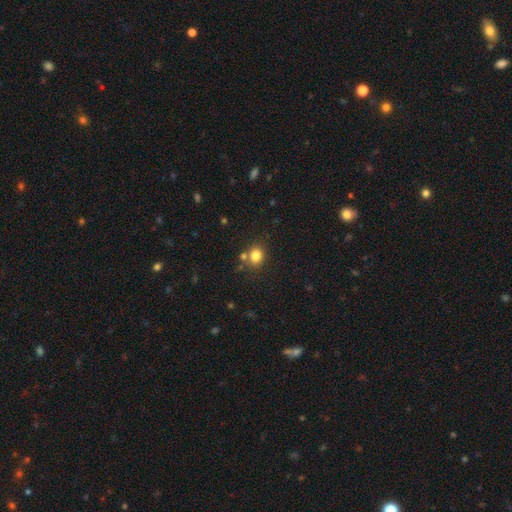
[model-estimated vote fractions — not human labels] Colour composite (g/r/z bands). It shows a smooth galaxy with no disk features (81%) that is round (64%). Merging: none (69%).